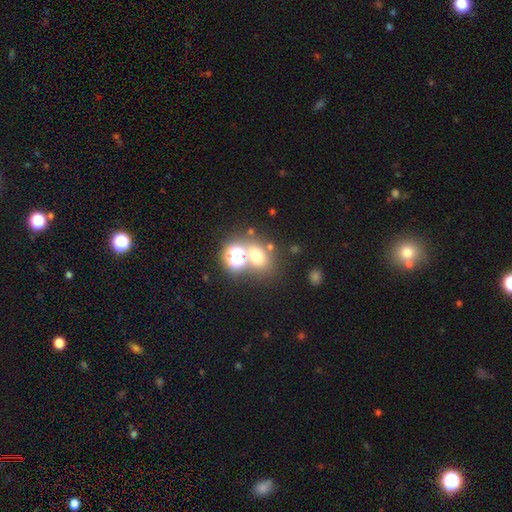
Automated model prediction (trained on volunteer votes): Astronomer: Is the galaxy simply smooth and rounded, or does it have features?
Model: smooth — 62%.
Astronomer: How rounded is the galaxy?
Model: round — 61% (runner-up: in between, 38%).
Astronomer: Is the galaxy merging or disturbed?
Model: none — 58%.